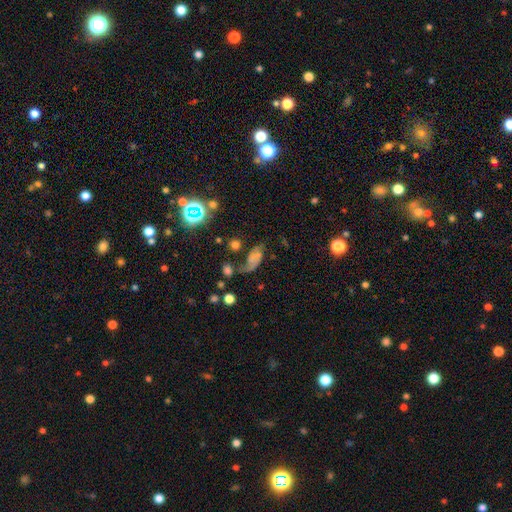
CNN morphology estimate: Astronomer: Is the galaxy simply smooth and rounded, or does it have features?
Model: featured or disk — 43% (runner-up: smooth, 33%).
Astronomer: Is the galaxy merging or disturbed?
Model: none — 38% (runner-up: major disturbance, 26%).